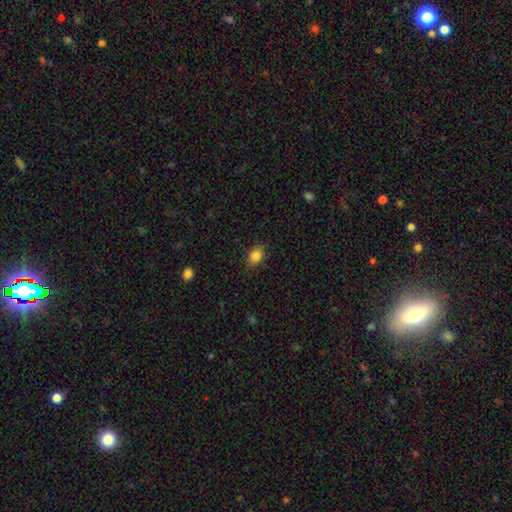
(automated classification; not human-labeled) This is clearly a smooth galaxy (85%). How rounded: likely in between (75%). Merging: clearly none (84%).